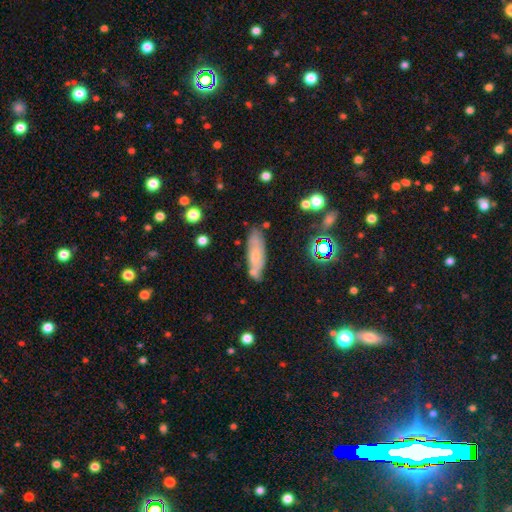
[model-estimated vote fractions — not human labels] smooth-or-featured: smooth: 49% | featured or disk: 42% | star or artifact: 9%
  merging: none: 66% | minor disturbance: 20% | merger: 10% | major disturbance: 5%